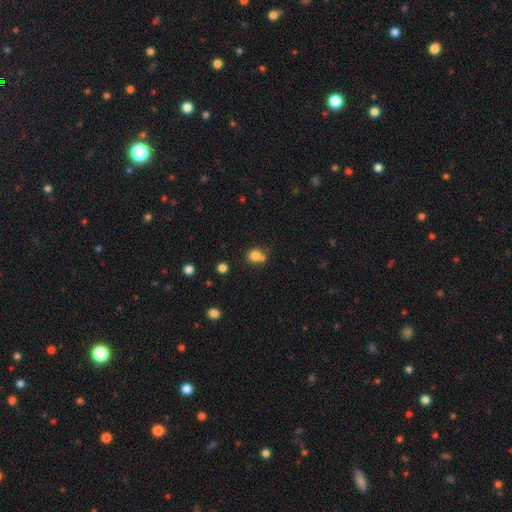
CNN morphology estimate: A smooth galaxy with no disk features (77%) that is round (78%). Merging: none (47%).